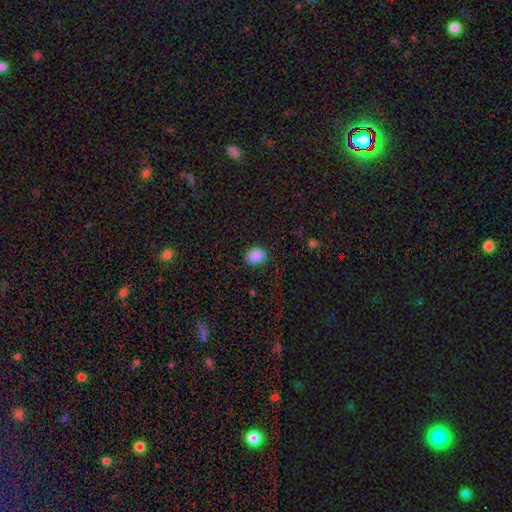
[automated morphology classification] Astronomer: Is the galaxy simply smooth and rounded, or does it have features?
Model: smooth — 88%.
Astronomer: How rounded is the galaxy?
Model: in between — 69%.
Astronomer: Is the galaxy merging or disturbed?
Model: none — 85%.